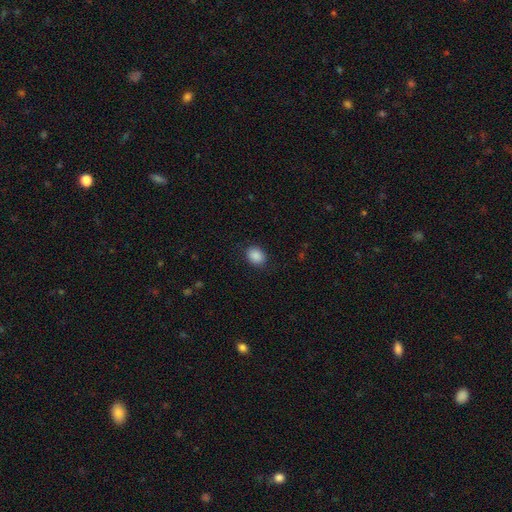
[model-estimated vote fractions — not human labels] A smooth galaxy with no disk features (88%) that is in between round and cigar-shaped (57%). Merging: none (86%).